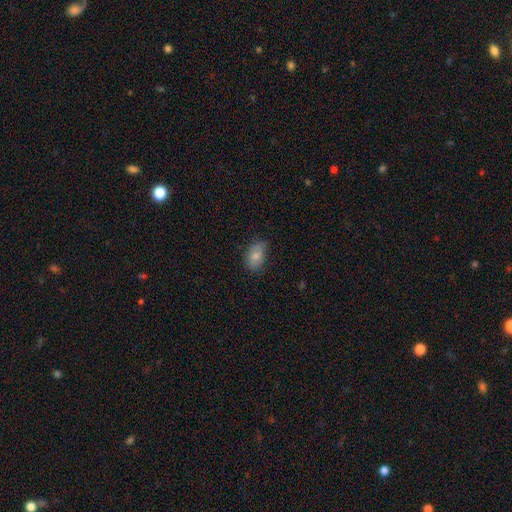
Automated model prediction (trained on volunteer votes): smooth 80%, featured or disk 12%, star or artifact 8%. Down the decision tree: how rounded — in between (88%); merging — none (66%).